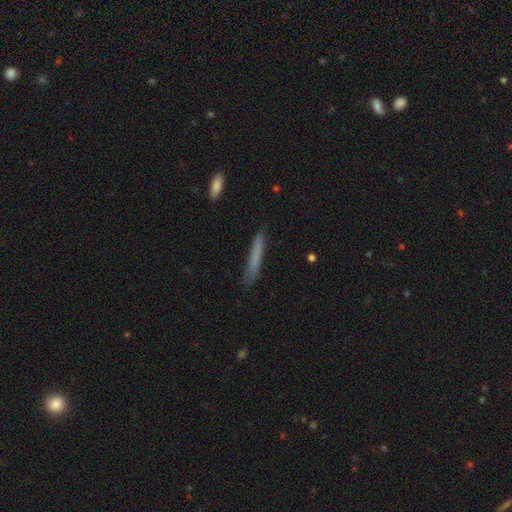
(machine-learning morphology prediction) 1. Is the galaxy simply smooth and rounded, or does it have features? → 73% smooth, 19% featured or disk, 8% star or artifact.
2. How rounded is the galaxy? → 94% cigar-shaped, 4% in between, 1% round.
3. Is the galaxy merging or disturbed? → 83% none, 13% minor disturbance, 3% major disturbance, 1% merger.